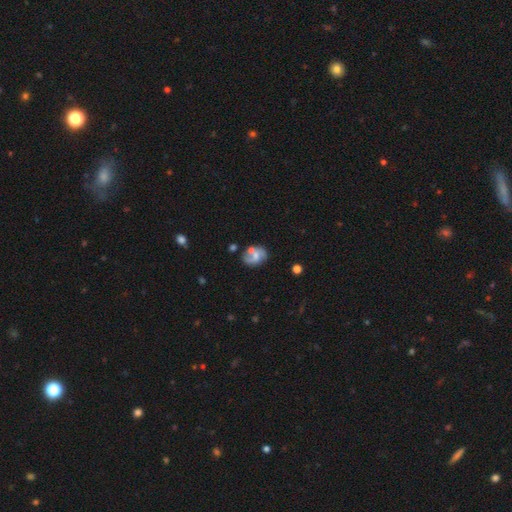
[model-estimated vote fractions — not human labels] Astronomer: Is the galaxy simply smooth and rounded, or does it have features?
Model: featured or disk — 53% (runner-up: smooth, 37%).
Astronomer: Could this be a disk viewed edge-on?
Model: no — 97%.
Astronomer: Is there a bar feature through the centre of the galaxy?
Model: no — 64%.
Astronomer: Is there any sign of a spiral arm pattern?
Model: yes — 62% (runner-up: no, 38%).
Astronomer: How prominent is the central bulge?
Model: moderate — 42% (runner-up: small, 37%).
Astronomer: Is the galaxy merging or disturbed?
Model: none — 50%.